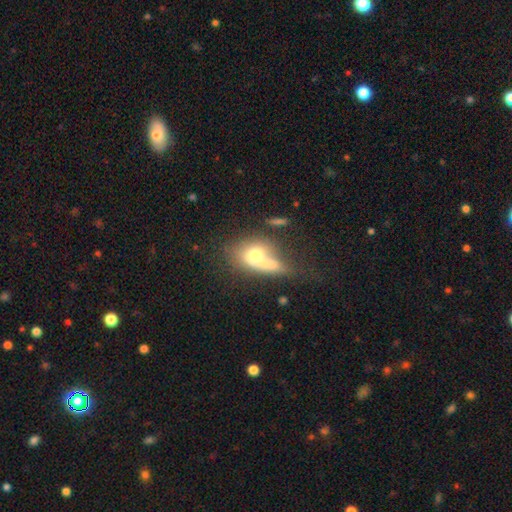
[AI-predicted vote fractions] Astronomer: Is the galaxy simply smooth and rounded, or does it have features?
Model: smooth — 57%.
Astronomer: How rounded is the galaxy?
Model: in between — 62%.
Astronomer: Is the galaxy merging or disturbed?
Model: merger — 47%.